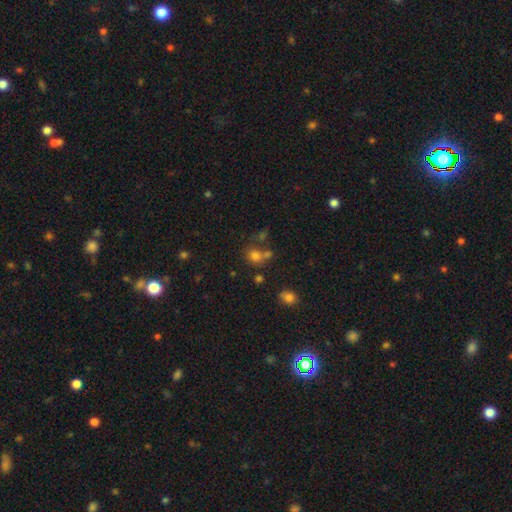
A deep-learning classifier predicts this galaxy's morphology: Smooth or featured?
  - smooth: 72% *
  - star or artifact: 18%
  - featured or disk: 10%
How rounded?
  - round: 75% *
  - in between: 24%
  - cigar-shaped: 1%
Merging?
  - none: 51% *
  - merger: 32%
  - minor disturbance: 11%
  - major disturbance: 6%